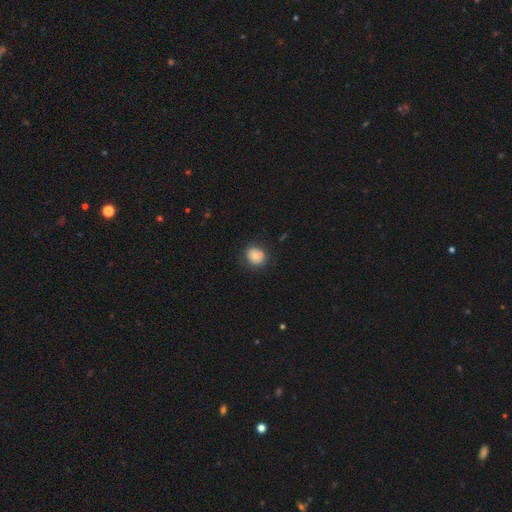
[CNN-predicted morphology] Smooth or featured: smooth — 68% (featured or disk — 21%)
How rounded: round — 70% (in between — 29%)
Merging: none — 61% (merger — 19%)